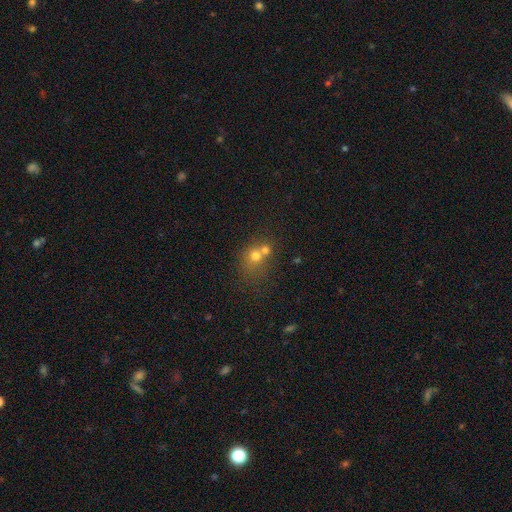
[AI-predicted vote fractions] This appears to be a smooth galaxy with no disk features (69%) that is round (77%). Merging: merger (57%).